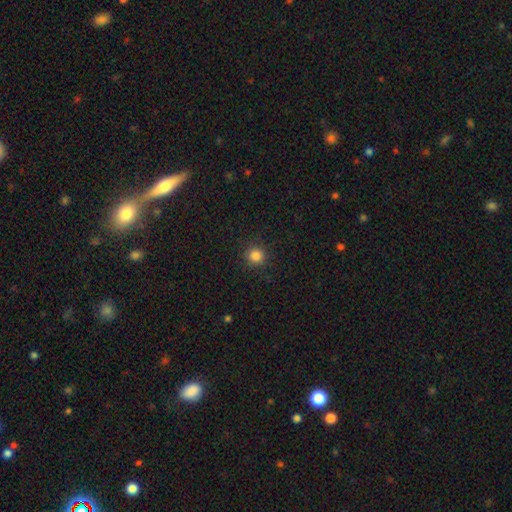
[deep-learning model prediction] Morphology: type=smooth (84%); roundness=round (94%); merging=none (90%).